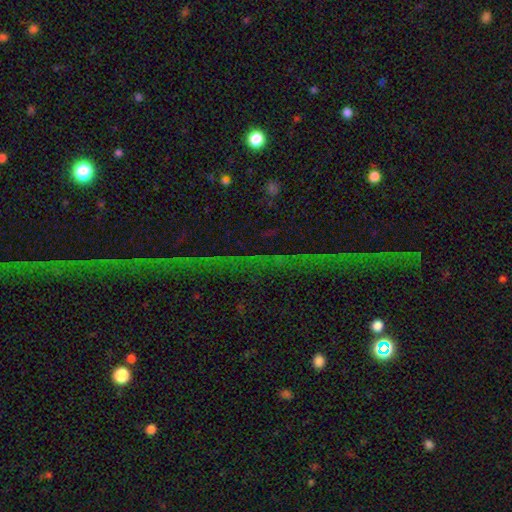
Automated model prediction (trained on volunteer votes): Morphology: type=star or artifact (75%).